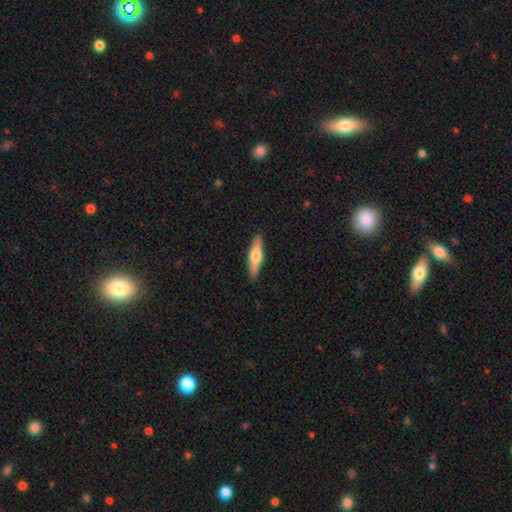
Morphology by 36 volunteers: This is possibly a featured or disk galaxy (56%). It is clearly viewed edge-on (95%). Edge-on bulge: likely rounded (74%). Merging: clearly none (92%).